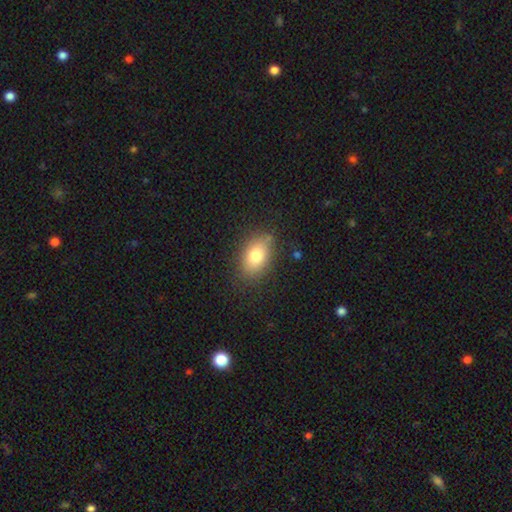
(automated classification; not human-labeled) Overall: smooth (79%). How rounded: in between (86%). Merging: none (80%).